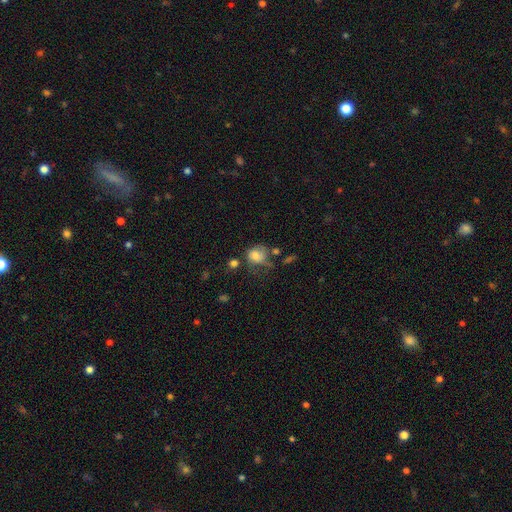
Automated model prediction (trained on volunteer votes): smooth_or_featured: smooth (p=0.71) [alt: featured or disk p=0.19]
how_rounded: round (p=0.61) [alt: in between p=0.38]
merging: none (p=0.32) [alt: major disturbance p=0.28]